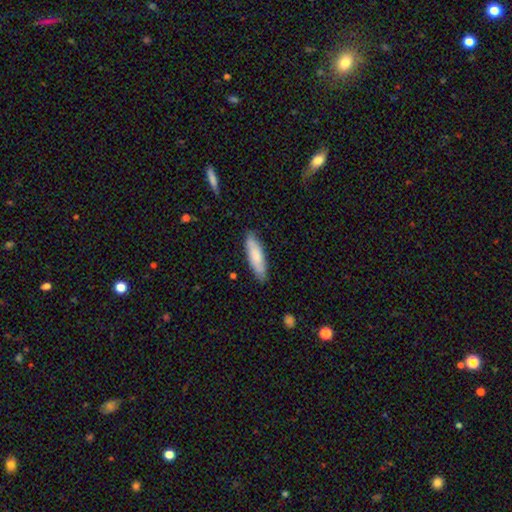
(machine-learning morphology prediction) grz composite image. It shows a smooth galaxy with no disk features (76%) that is cigar-shaped (62%). Merging: none (84%).